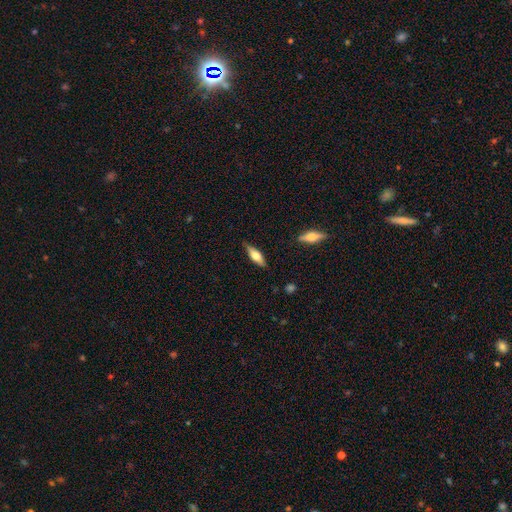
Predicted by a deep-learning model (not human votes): Smooth or featured: smooth — 56% (featured or disk — 38%)
How rounded: in between — 54% (cigar-shaped — 44%)
Merging: none — 83% (minor disturbance — 13%)